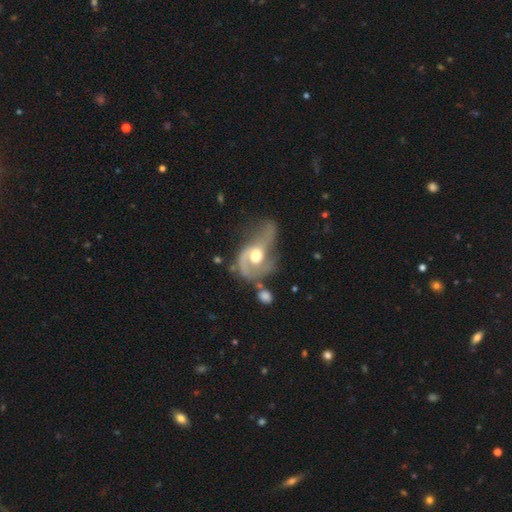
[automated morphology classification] A featured or disk galaxy (74%) with no bar (70%), 2 (55%) loose (47%) spiral arms (81%) and a moderate central bulge (62%).

Vote fractions:
- Smooth or featured? featured or disk: 74% / smooth: 20% / star or artifact: 7%
- Edge-on disk? no: 96% / yes: 4%
- Bar? no: 70% / weak: 24% / strong: 6%
- Spiral arms? yes: 81% / no: 19%
- Spiral winding? loose: 47% / medium: 38% / tight: 15%
- Spiral arm count? 2: 55% / 1: 28% / can't tell: 10% / 3: 4% / 4: 2% / more than 4: 2%
- Bulge size? moderate: 62% / large: 29% / small: 5% / dominant: 2% / none: 1%
- Merging? major disturbance: 43% / none: 24% / minor disturbance: 20% / merger: 13%